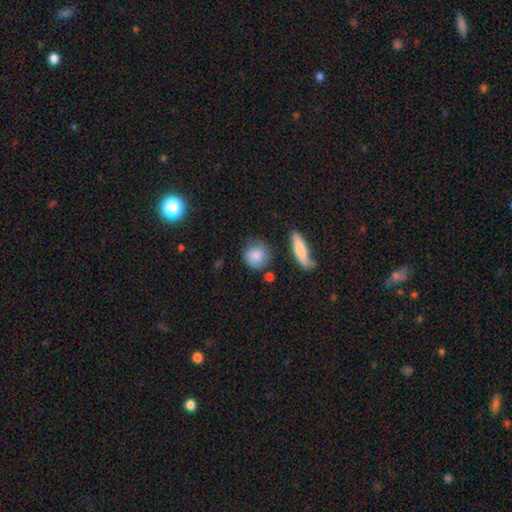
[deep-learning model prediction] Morphology: type=smooth (76%); roundness=round (82%); merging=none (63%).